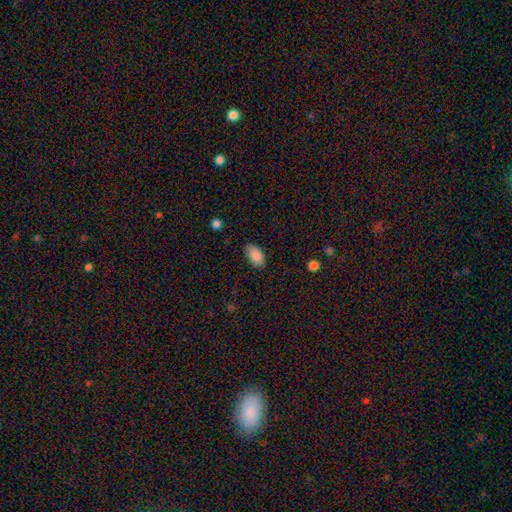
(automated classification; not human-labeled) smooth_or_featured: smooth (p=0.88) [alt: star or artifact p=0.07]
how_rounded: in between (p=0.94) [alt: round p=0.04]
merging: none (p=0.82) [alt: minor disturbance p=0.14]